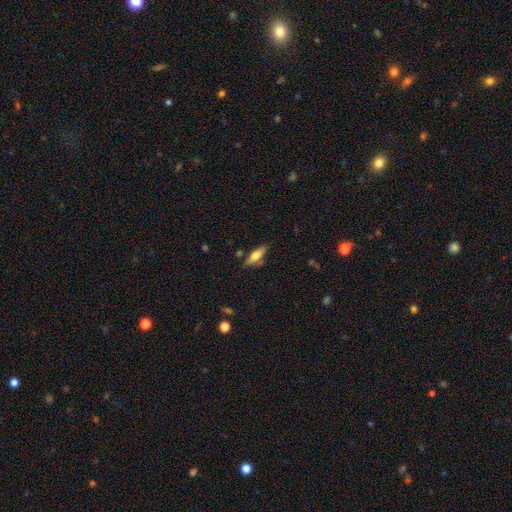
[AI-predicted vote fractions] Morphology: type=smooth (52%); roundness=cigar-shaped (49%); merging=none (75%).